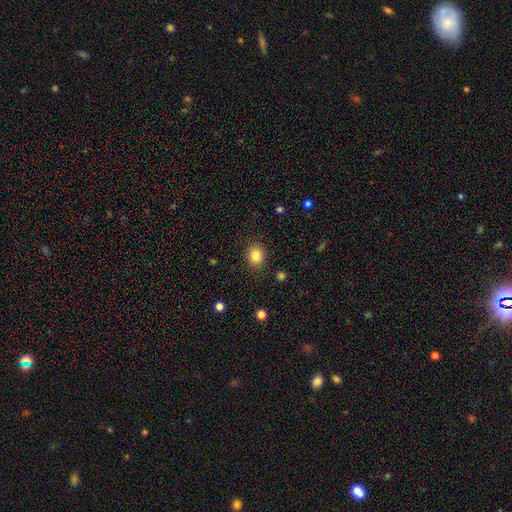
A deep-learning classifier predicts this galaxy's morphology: The model was most divided on "how rounded": round: 63%, in between: 36%, cigar-shaped: 1%. More confident: merging — none (88%); smooth or featured — smooth (84%).